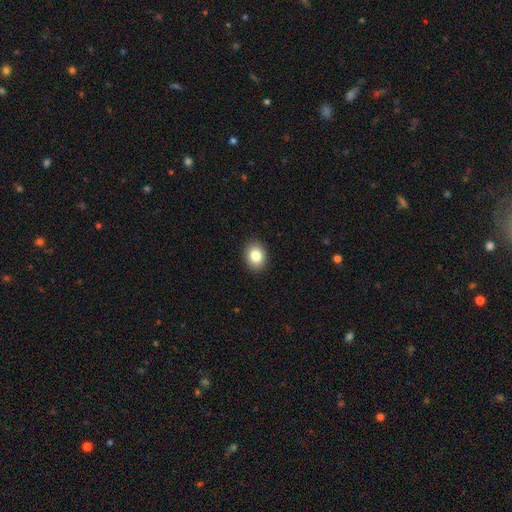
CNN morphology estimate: Smooth or featured? smooth (84%)
How rounded? in between (52%)
Merging? none (91%)